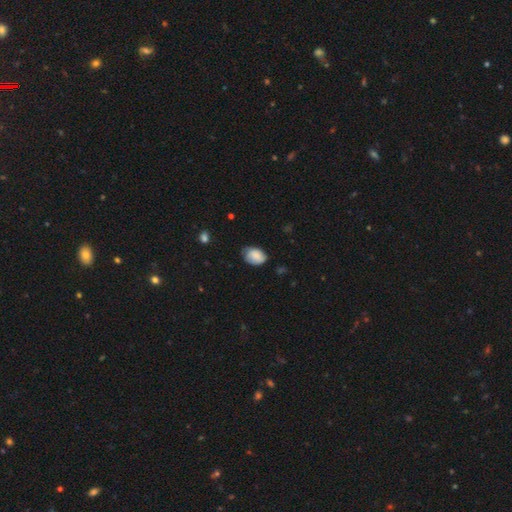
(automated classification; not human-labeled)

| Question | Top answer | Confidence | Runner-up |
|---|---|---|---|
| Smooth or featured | smooth | 79% | featured or disk (13%) |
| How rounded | in between | 77% | round (22%) |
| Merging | none | 56% | minor disturbance (35%) |